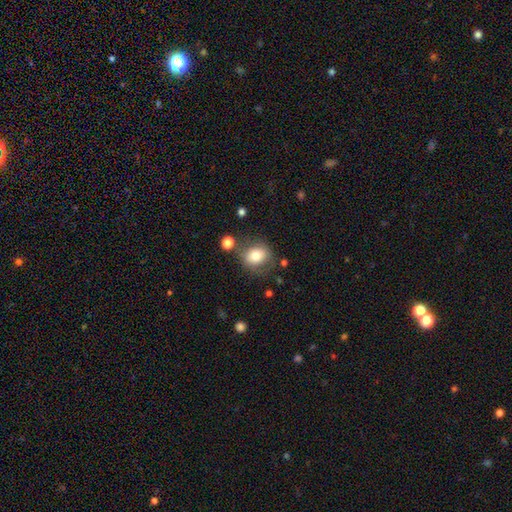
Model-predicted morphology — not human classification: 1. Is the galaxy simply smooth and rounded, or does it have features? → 76% smooth, 14% featured or disk, 10% star or artifact.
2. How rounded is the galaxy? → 66% round, 33% in between, 1% cigar-shaped.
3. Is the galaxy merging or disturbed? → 70% none, 16% minor disturbance, 7% merger, 7% major disturbance.